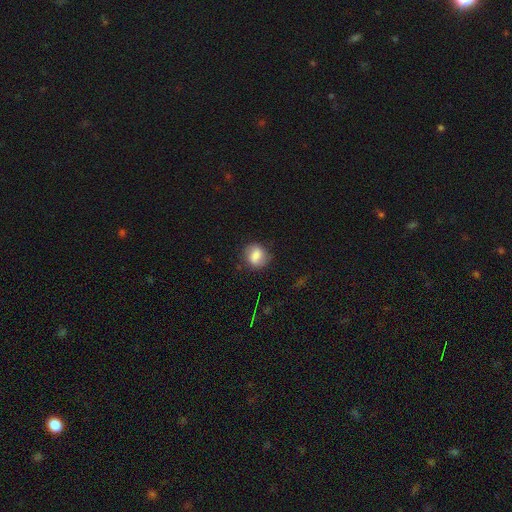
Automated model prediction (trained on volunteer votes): Smooth or featured? smooth (70%)
How rounded? round (70%)
Merging? none (77%)